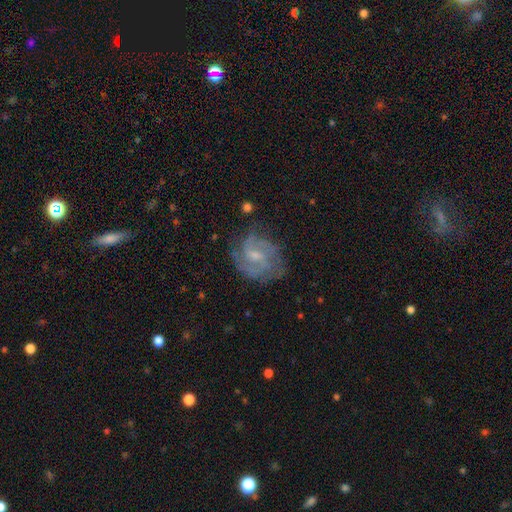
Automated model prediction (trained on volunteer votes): Smooth or featured? Predicted: featured or disk (p=0.80). Edge-on disk? Predicted: no (p=0.98). Bar? Predicted: weak (p=0.58). Spiral arms? Predicted: yes (p=0.91). Spiral winding? Predicted: medium (p=0.48). Spiral arm count? Predicted: 2 (p=0.43). Bulge size? Predicted: small (p=0.53). Merging? Predicted: none (p=0.65).